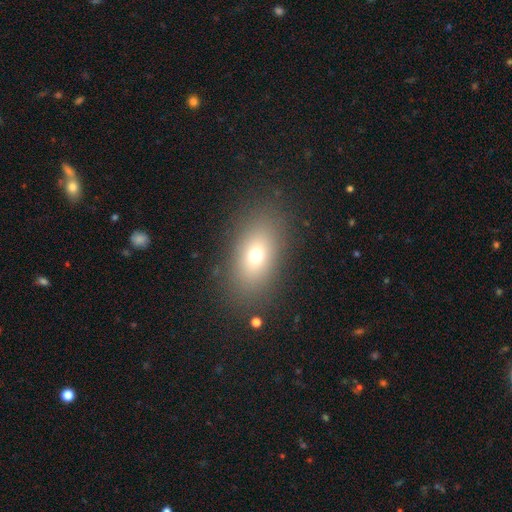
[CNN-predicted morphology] type=smooth (69%); roundness=in between (82%); merging=none (85%).